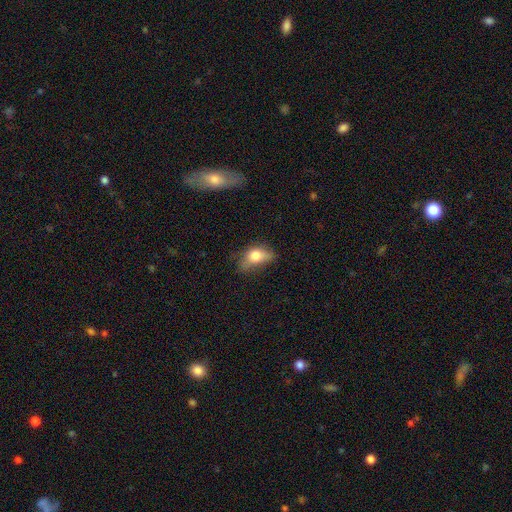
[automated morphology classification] A smooth galaxy with no disk features (72%) that is in between round and cigar-shaped (81%).

Vote fractions:
- Smooth or featured? smooth: 72% / featured or disk: 19% / star or artifact: 10%
- How rounded? in between: 81% / round: 15% / cigar-shaped: 5%
- Merging? minor disturbance: 37% / none: 33% / major disturbance: 27% / merger: 4%